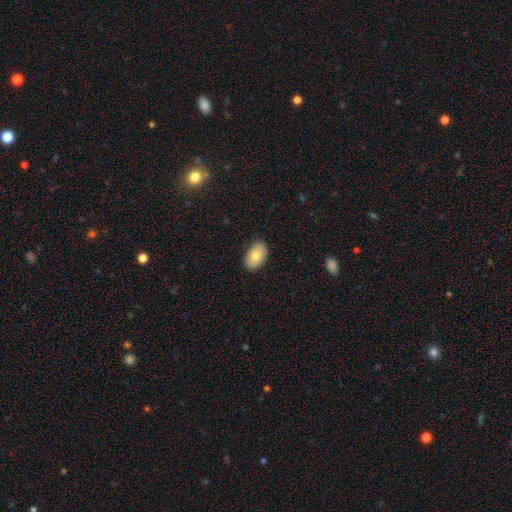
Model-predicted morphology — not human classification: Smooth or featured? Predicted: smooth (p=0.80). How rounded? Predicted: in between (p=0.92). Merging? Predicted: none (p=0.86).